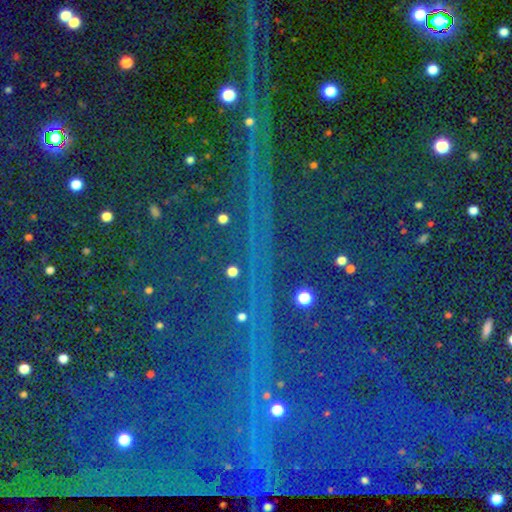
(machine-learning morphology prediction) star or artifact 85%, smooth 7%, featured or disk 7%.